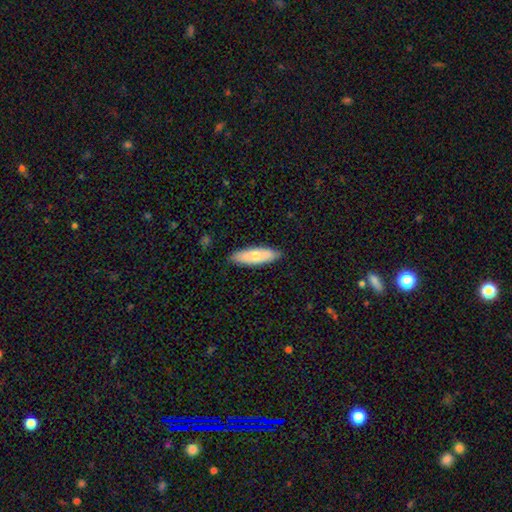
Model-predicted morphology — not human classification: smooth_or_featured: smooth (p=0.71) [alt: featured or disk p=0.24]
how_rounded: cigar-shaped (p=0.51) [alt: in between p=0.47]
merging: none (p=0.87) [alt: minor disturbance p=0.10]